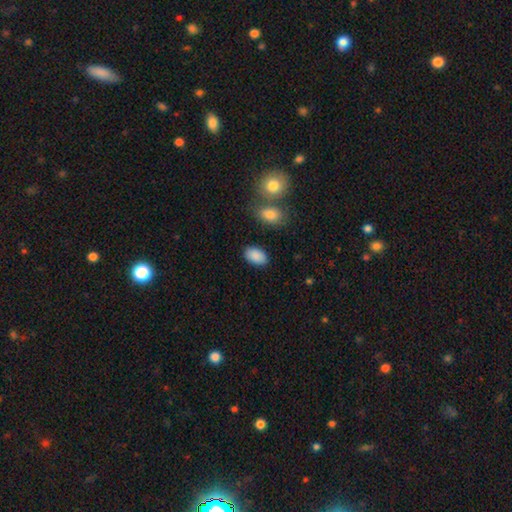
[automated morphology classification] Q: Smooth or featured?
A: smooth (88%); runner-up: star or artifact (7%)
Q: How rounded?
A: in between (93%); runner-up: round (6%)
Q: Merging?
A: none (83%); runner-up: minor disturbance (10%)